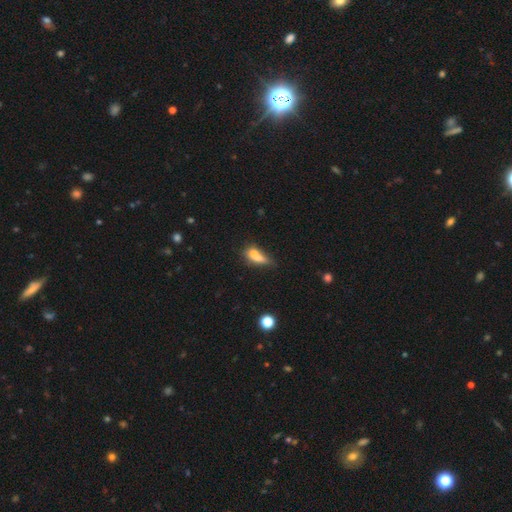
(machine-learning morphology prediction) smooth-or-featured: smooth: 68% | featured or disk: 21% | star or artifact: 11%
  how-rounded: in between: 60% | cigar-shaped: 33% | round: 7%
  merging: none: 31% | merger: 30% | minor disturbance: 24% | major disturbance: 15%